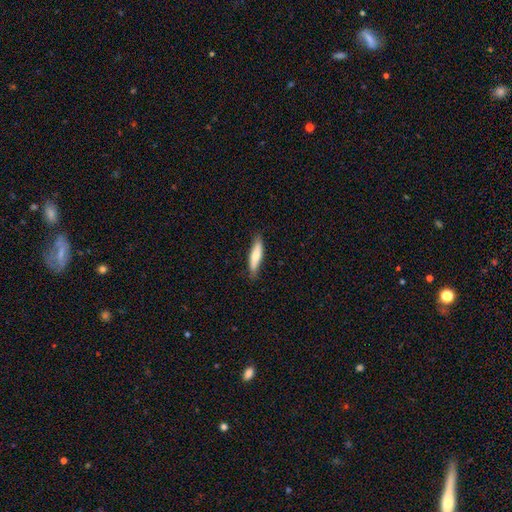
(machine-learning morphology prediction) A smooth galaxy with no disk features (72%) that is cigar-shaped (75%).

Vote fractions:
- Smooth or featured? smooth: 72% / featured or disk: 22% / star or artifact: 6%
- How rounded? cigar-shaped: 75% / in between: 24% / round: 1%
- Merging? none: 83% / minor disturbance: 14% / major disturbance: 2% / merger: 1%